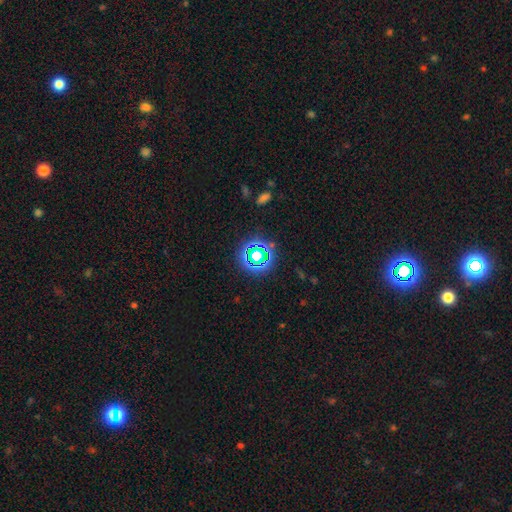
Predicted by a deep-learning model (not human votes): Morphology: type=star or artifact (67%).